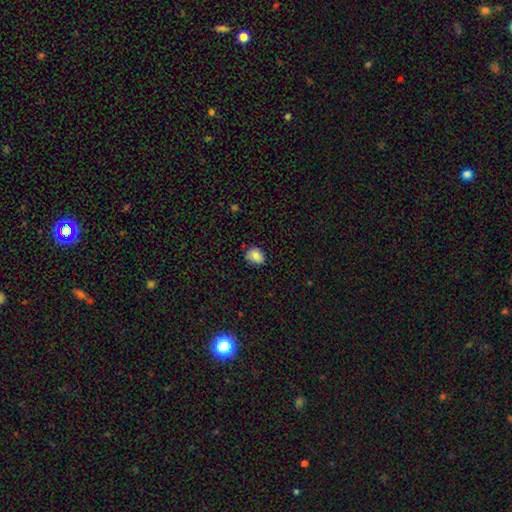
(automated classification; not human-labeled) Q: Smooth or featured?
A: smooth (83%); runner-up: star or artifact (9%)
Q: How rounded?
A: in between (52%); runner-up: round (47%)
Q: Merging?
A: none (73%); runner-up: minor disturbance (22%)